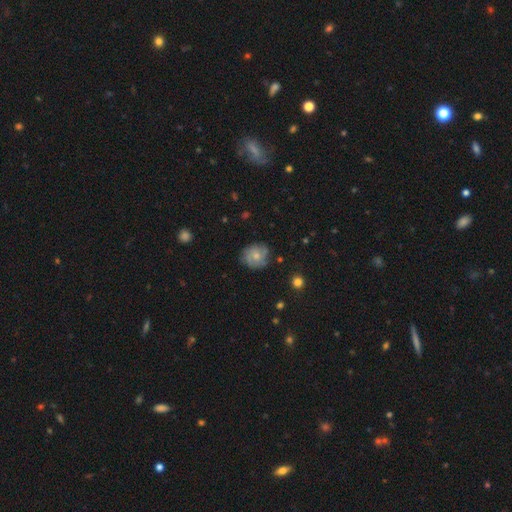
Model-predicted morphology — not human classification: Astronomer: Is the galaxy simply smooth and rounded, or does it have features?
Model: smooth — 54% (runner-up: featured or disk, 37%).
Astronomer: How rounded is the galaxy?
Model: round — 77%.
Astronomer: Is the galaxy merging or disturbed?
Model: none — 73%.